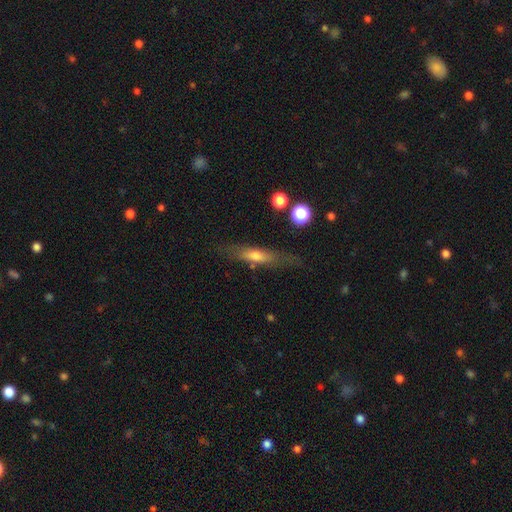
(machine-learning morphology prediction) smooth-or-featured: smooth: 52% | featured or disk: 39% | star or artifact: 8%
  how-rounded: cigar-shaped: 70% | in between: 27% | round: 4%
  merging: none: 72% | minor disturbance: 18% | major disturbance: 7% | merger: 4%